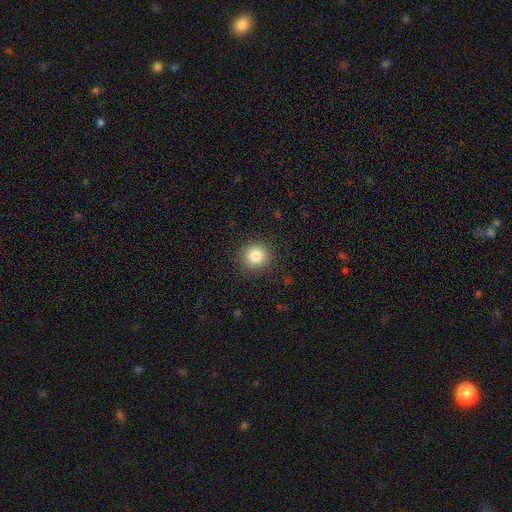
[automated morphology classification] smooth 83%, star or artifact 11%, featured or disk 6%. Down the decision tree: how rounded — round (91%); merging — none (90%).